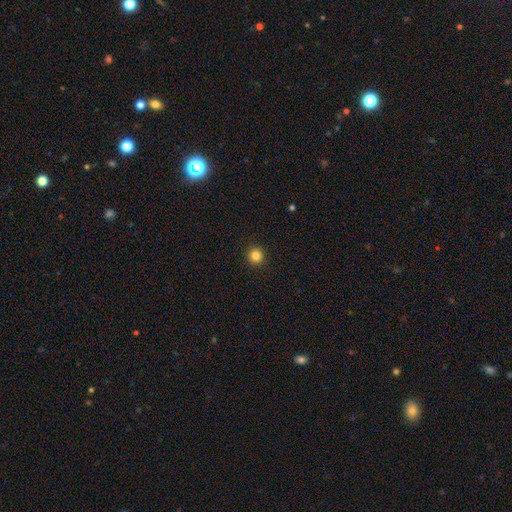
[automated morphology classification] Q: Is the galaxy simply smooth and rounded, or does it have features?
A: smooth — 84%.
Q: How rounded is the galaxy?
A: round — 94%.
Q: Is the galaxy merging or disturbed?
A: none — 93%.